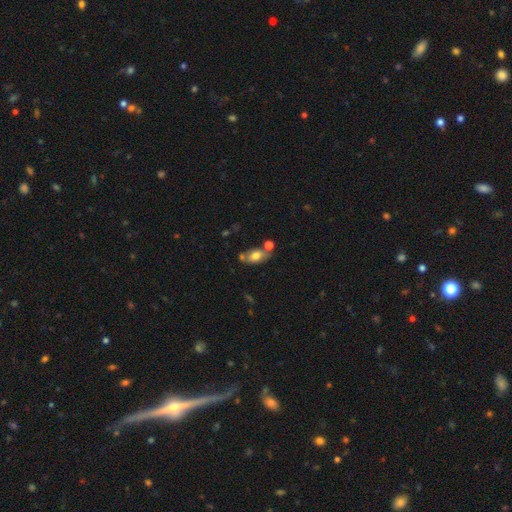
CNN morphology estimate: smooth 69%, featured or disk 22%, star or artifact 9%. Down the decision tree: how rounded — in between (86%); merging — none (57%).